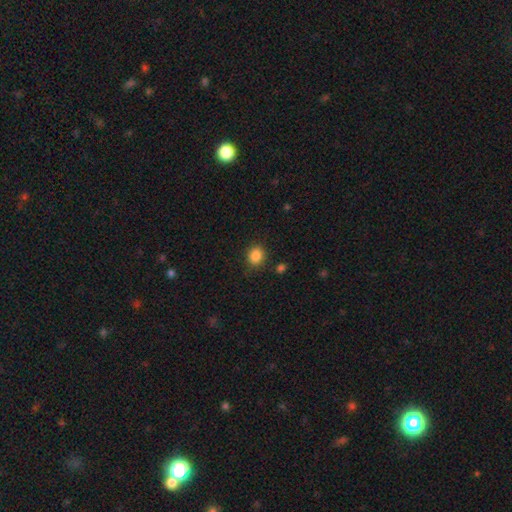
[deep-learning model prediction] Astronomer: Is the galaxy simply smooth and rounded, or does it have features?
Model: smooth — 86%.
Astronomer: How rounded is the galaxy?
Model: round — 68%.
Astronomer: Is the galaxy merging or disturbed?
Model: none — 84%.